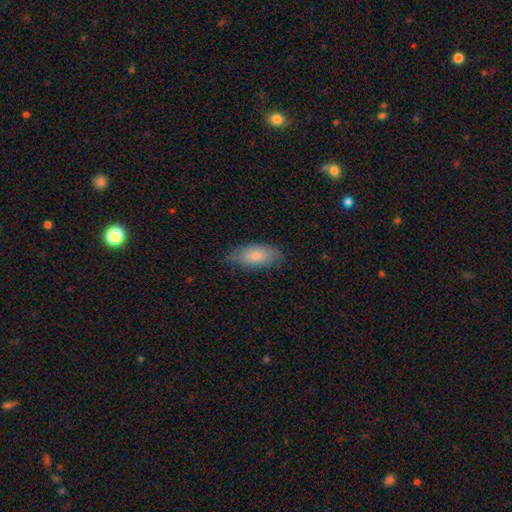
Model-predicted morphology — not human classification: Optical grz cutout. It shows a smooth galaxy with no disk features (80%) that is in between round and cigar-shaped (87%). Merging: none (69%).